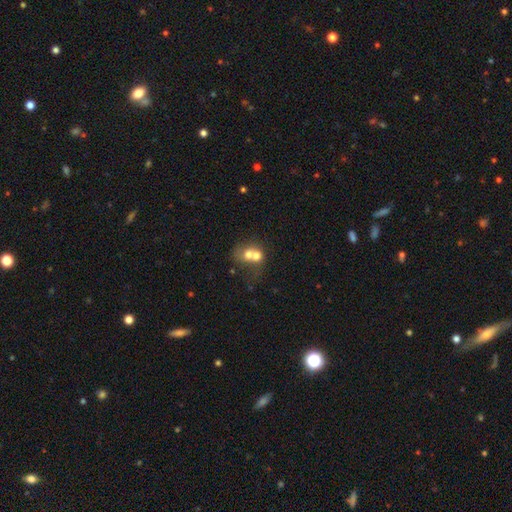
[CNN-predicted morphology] Smooth or featured? smooth (62%)
How rounded? round (61%)
Merging? merger (71%)